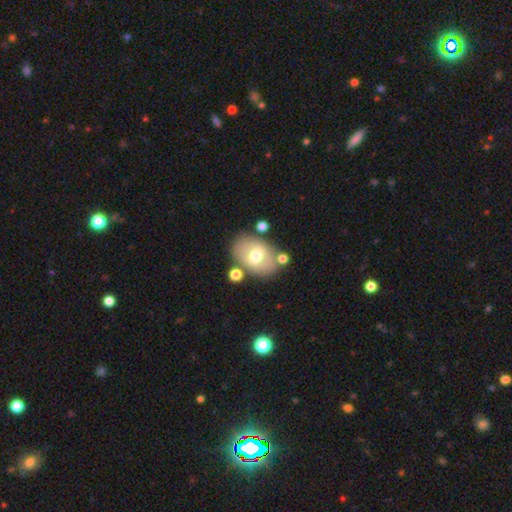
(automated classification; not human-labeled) Morphology: type=smooth (55%); roundness=in between (80%); merging=none (73%).